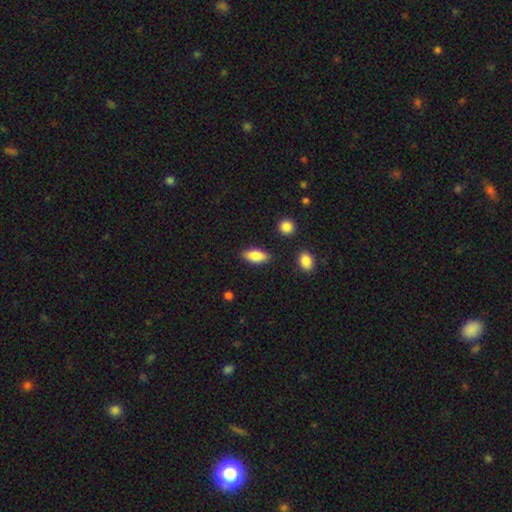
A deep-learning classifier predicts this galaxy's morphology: The model was most divided on "how rounded": in between: 83%, cigar-shaped: 14%, round: 3%. More confident: merging — none (85%); smooth or featured — smooth (84%).